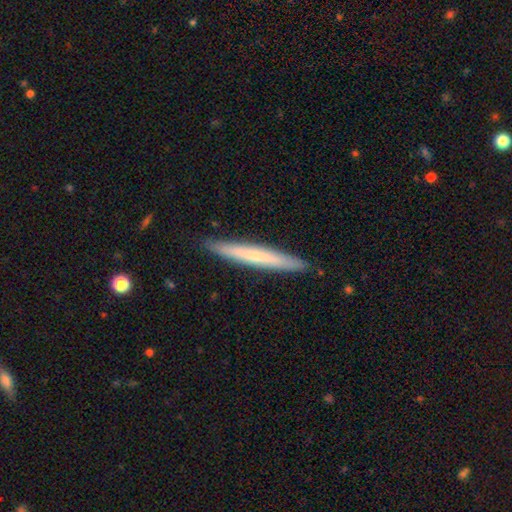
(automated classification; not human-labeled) This is possibly a smooth galaxy (55%). How rounded: clearly cigar-shaped (96%). Merging: clearly none (91%).